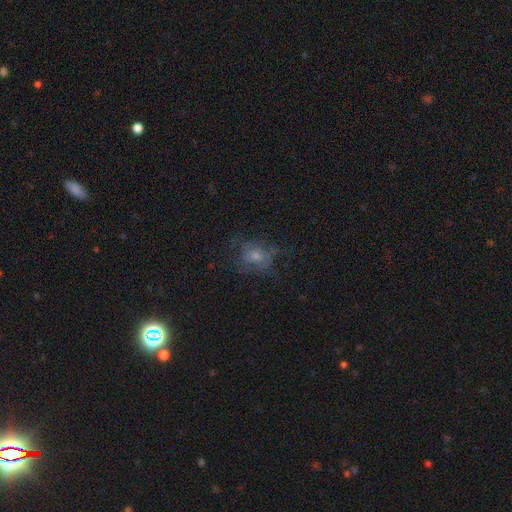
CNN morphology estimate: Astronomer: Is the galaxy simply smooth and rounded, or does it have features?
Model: featured or disk — 41% (runner-up: smooth, 35%).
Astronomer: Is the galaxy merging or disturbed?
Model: none — 62%.